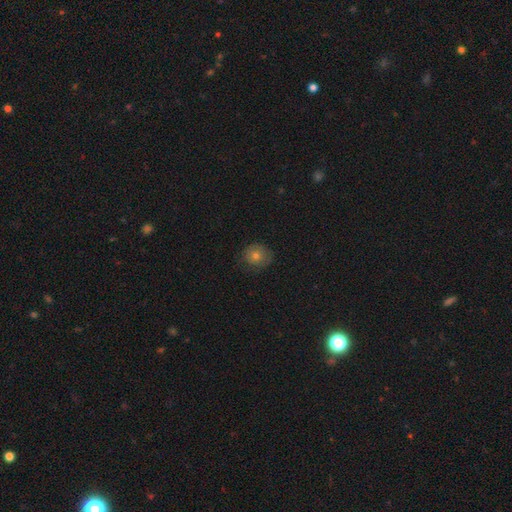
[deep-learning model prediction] Smooth or featured: smooth — 66% (featured or disk — 21%)
How rounded: round — 84% (in between — 15%)
Merging: none — 78% (minor disturbance — 16%)